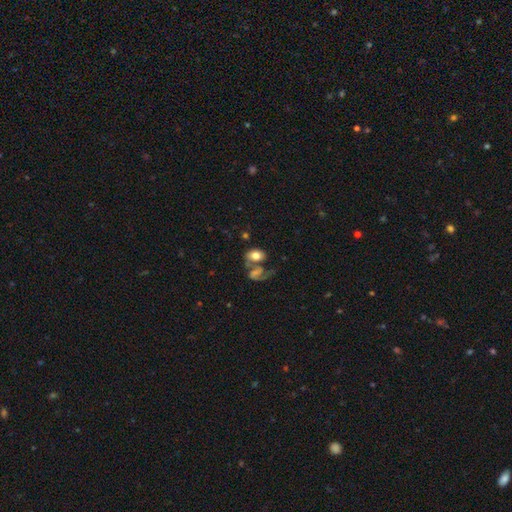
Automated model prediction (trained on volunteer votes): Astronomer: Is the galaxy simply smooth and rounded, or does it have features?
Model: smooth — 66%.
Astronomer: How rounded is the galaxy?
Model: in between — 76%.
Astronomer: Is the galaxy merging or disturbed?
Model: merger — 46% (runner-up: none, 29%).